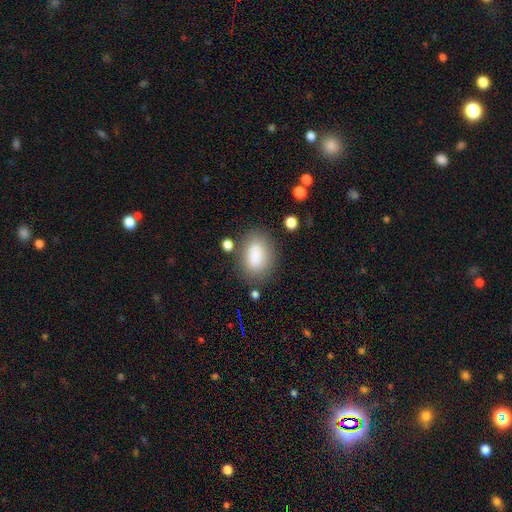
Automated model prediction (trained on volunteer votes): Smooth or featured?
  - smooth: 84% *
  - star or artifact: 9%
  - featured or disk: 7%
How rounded?
  - in between: 82% *
  - round: 17%
  - cigar-shaped: 2%
Merging?
  - none: 73% *
  - minor disturbance: 15%
  - major disturbance: 6%
  - merger: 5%